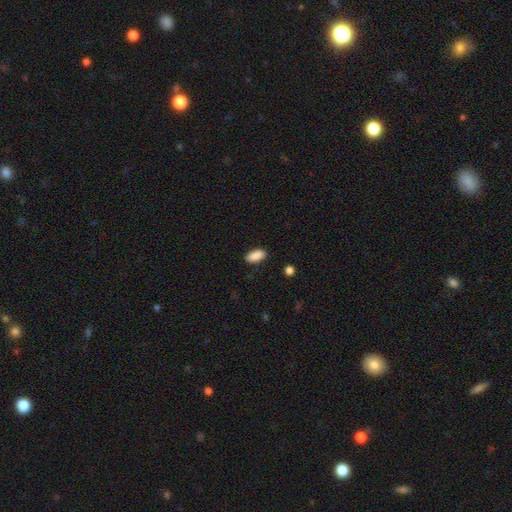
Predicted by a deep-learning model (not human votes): A smooth galaxy with no disk features (89%) that is in between round and cigar-shaped (88%). Merging: none (87%).